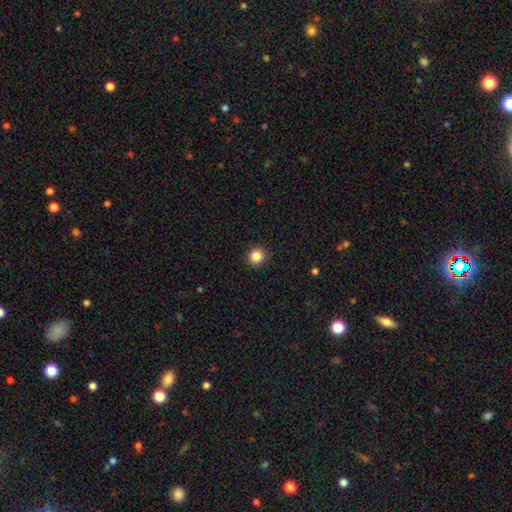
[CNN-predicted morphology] A smooth galaxy with no disk features (86%) that is round (91%). Merging: none (92%).